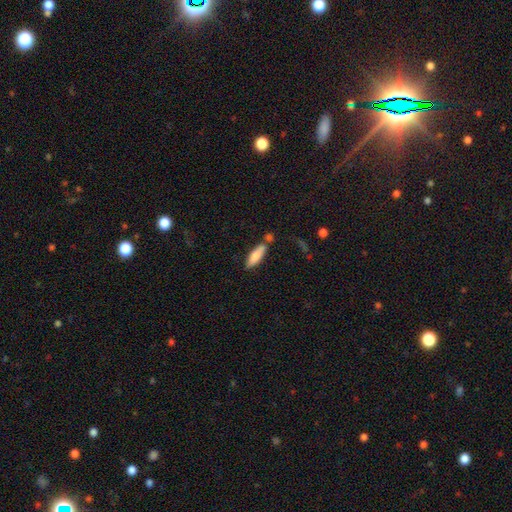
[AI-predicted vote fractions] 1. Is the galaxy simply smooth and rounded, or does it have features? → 79% smooth, 14% featured or disk, 6% star or artifact.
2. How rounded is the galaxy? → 53% cigar-shaped, 45% in between, 2% round.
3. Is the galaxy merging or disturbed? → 67% none, 15% minor disturbance, 14% merger, 4% major disturbance.